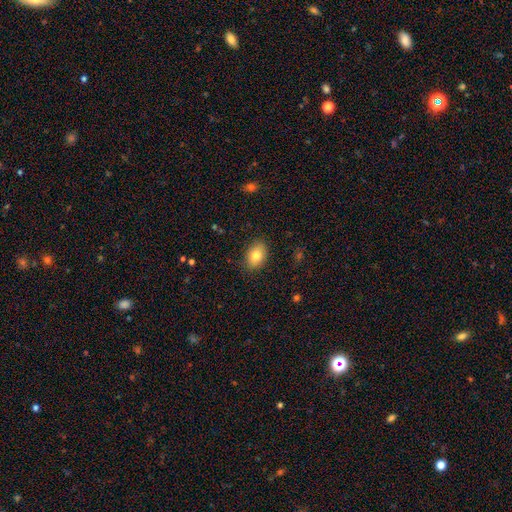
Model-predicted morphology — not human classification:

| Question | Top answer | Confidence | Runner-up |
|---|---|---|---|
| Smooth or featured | smooth | 81% | featured or disk (11%) |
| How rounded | in between | 82% | round (17%) |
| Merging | none | 86% | minor disturbance (11%) |